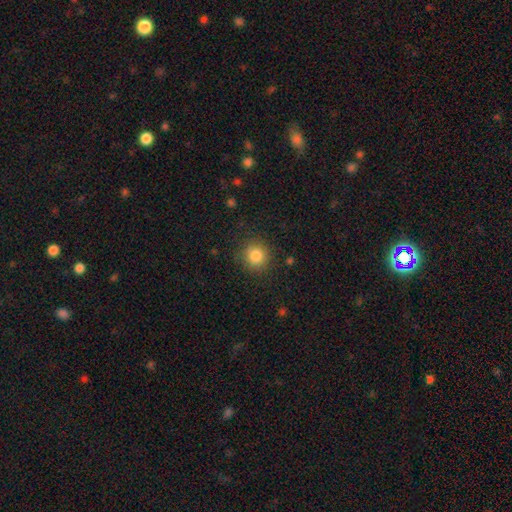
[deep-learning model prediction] Smooth or featured?
  - smooth: 84% *
  - star or artifact: 11%
  - featured or disk: 5%
How rounded?
  - round: 92% *
  - in between: 7%
  - cigar-shaped: 1%
Merging?
  - none: 87% *
  - minor disturbance: 8%
  - major disturbance: 3%
  - merger: 1%